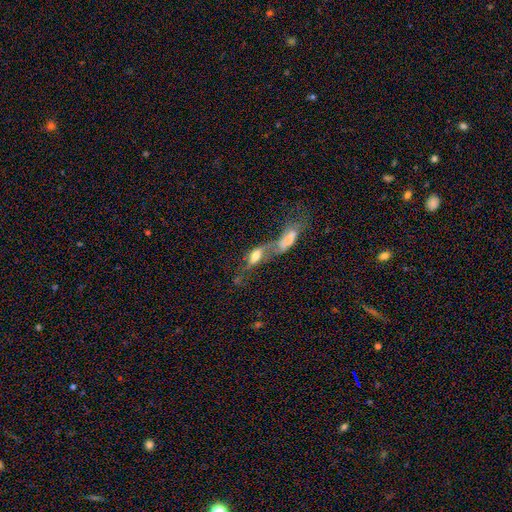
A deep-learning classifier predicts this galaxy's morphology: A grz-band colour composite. It shows a smooth galaxy with no disk features (47%). Merging: merger (70%).